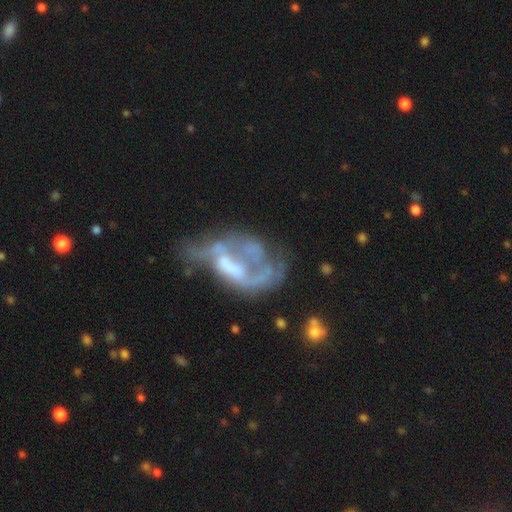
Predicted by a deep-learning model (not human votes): Morphology: type=featured or disk (71%); edge-on=no (95%); bar=no (53%); spiral arms=no (51%); bulge=moderate (34%); merging=major disturbance (40%).